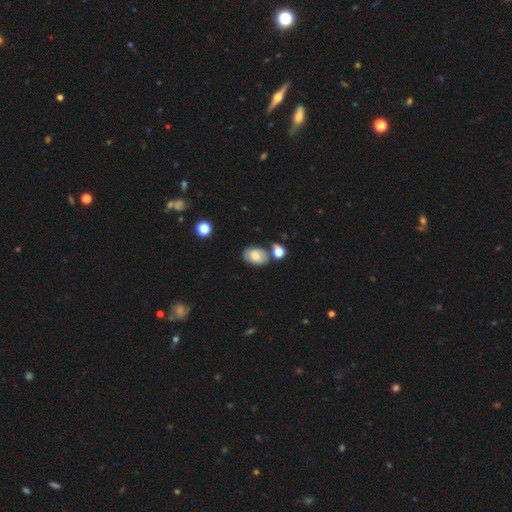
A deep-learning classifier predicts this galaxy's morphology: Smooth or featured?
  - smooth: 67% *
  - featured or disk: 23%
  - star or artifact: 10%
How rounded?
  - in between: 84% *
  - round: 14%
  - cigar-shaped: 1%
Merging?
  - none: 63% *
  - minor disturbance: 18%
  - merger: 14%
  - major disturbance: 5%